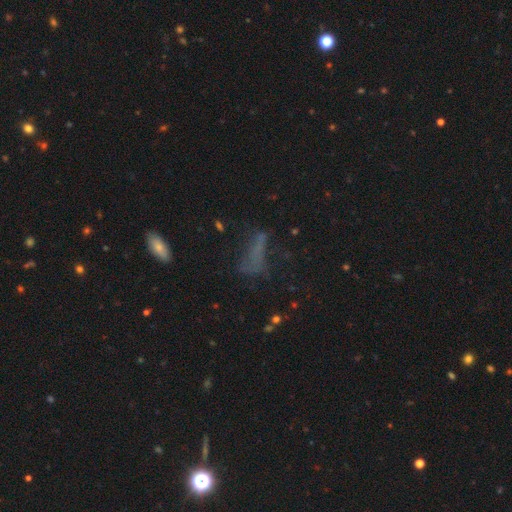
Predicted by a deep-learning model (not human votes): smooth 44%, featured or disk 28%, star or artifact 27%. Down the decision tree: merging — none (42%).